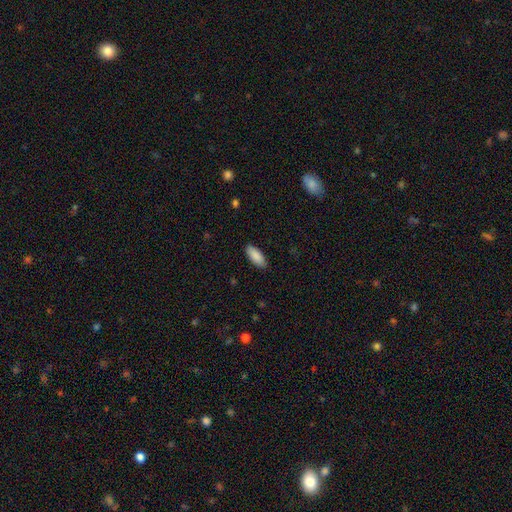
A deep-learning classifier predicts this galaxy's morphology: This appears to be a smooth galaxy with no disk features (89%) that is in between round and cigar-shaped (80%). Merging: none (88%).